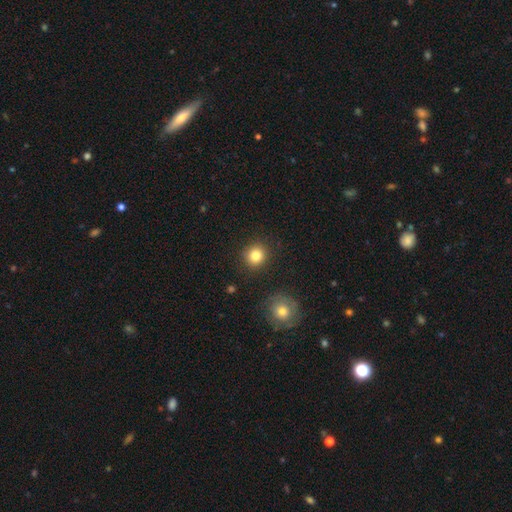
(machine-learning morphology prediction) This is clearly a smooth galaxy (83%). How rounded: clearly round (89%). Merging: clearly none (89%).